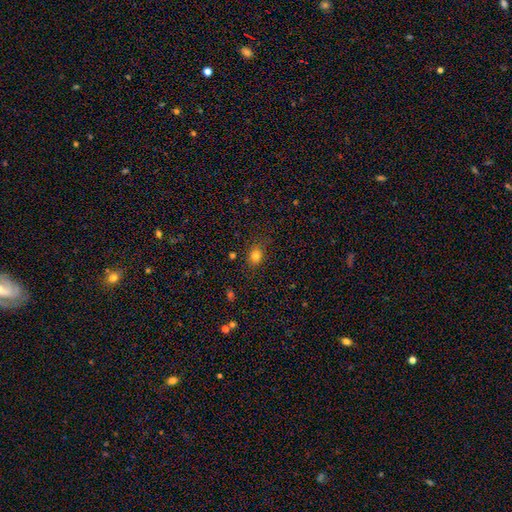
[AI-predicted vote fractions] The model was most divided on "how rounded": round: 51%, in between: 48%, cigar-shaped: 1%. More confident: smooth or featured — smooth (80%); merging — none (79%).